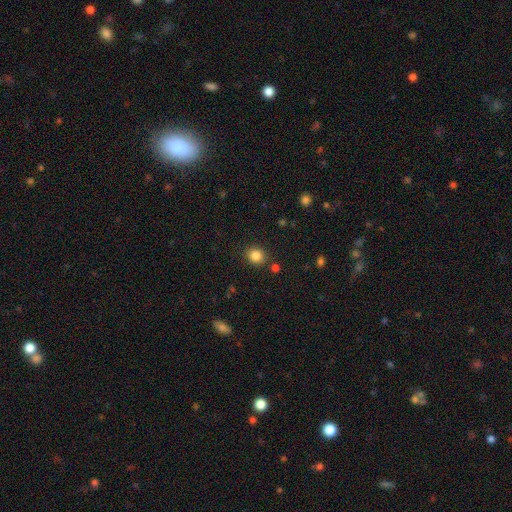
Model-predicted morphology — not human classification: smooth 84%, star or artifact 11%, featured or disk 5%. Down the decision tree: how rounded — round (76%); merging — none (85%).